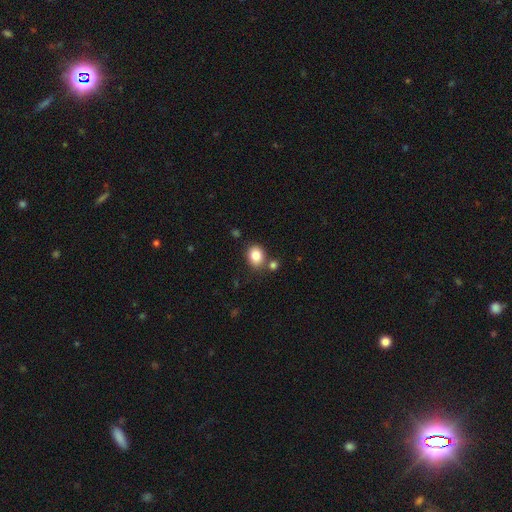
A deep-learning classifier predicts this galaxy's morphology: Smooth or featured: smooth — 83% (star or artifact — 10%)
How rounded: round — 51% (in between — 48%)
Merging: none — 74% (merger — 12%)